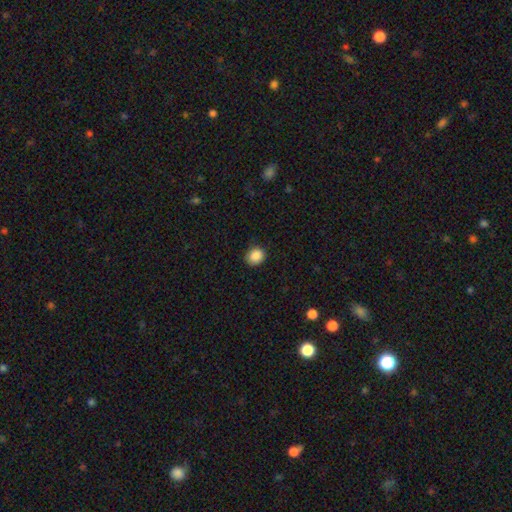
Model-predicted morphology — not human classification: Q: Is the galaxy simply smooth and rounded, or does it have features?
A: smooth — 88%.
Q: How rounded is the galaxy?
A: round — 70%.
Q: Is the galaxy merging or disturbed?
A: none — 84%.